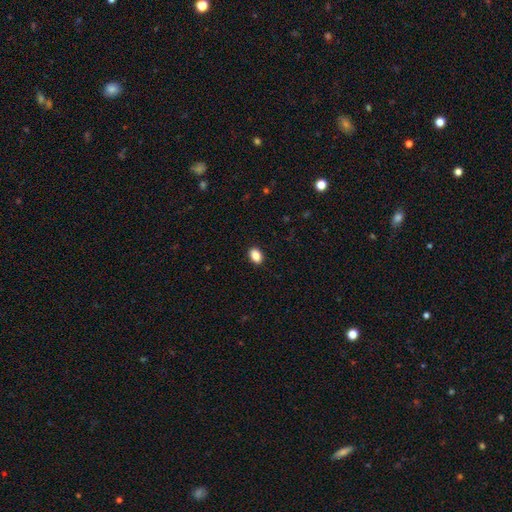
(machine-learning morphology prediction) smooth 87%, star or artifact 9%, featured or disk 4%. Down the decision tree: how rounded — in between (81%); merging — none (90%).